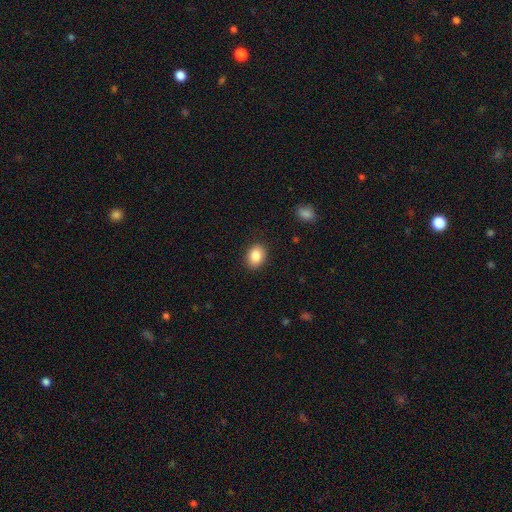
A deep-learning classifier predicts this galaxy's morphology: A smooth galaxy with no disk features (86%) that is in between round and cigar-shaped (65%). Merging: none (89%).